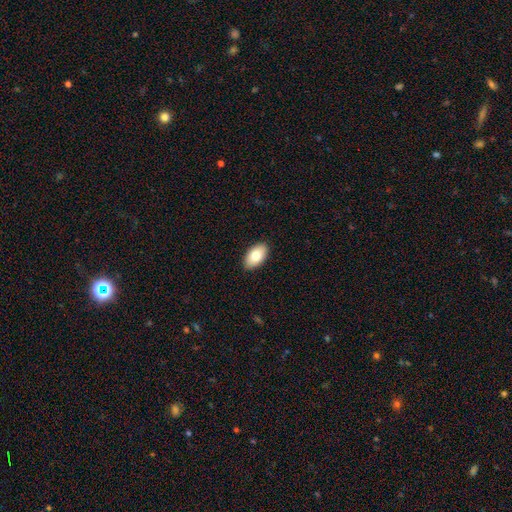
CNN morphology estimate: smooth 79%, featured or disk 14%, star or artifact 7%. Down the decision tree: how rounded — in between (95%); merging — none (90%).